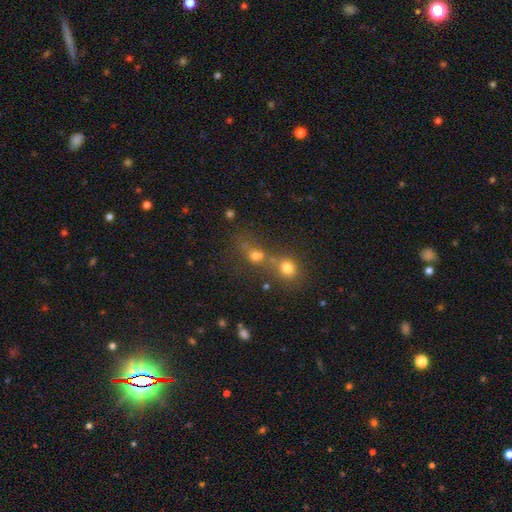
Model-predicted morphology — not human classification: The model was most divided on "merging": merger: 51%, none: 35%, minor disturbance: 8%, major disturbance: 7%. More confident: how rounded — round (75%); smooth or featured — smooth (62%).